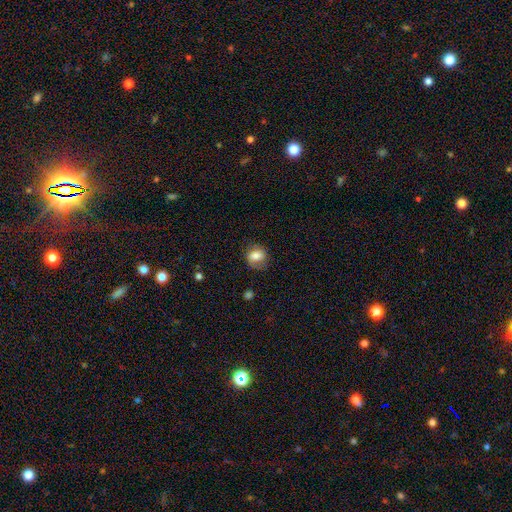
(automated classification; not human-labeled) Smooth or featured: smooth — 70% (featured or disk — 22%)
How rounded: round — 55% (in between — 44%)
Merging: none — 66% (minor disturbance — 22%)